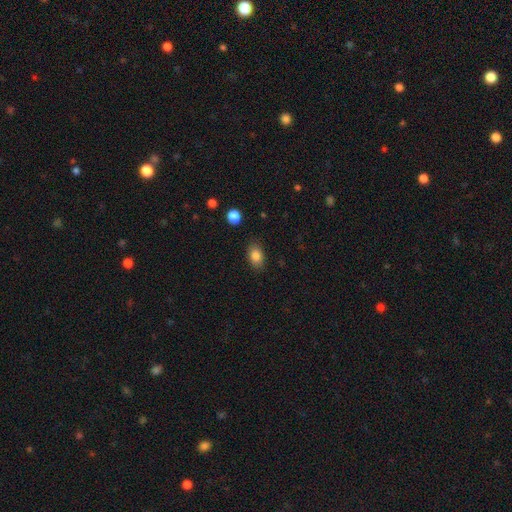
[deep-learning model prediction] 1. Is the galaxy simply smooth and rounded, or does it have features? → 84% smooth, 9% star or artifact, 7% featured or disk.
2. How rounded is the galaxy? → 82% in between, 16% round, 1% cigar-shaped.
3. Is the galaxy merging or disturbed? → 85% none, 11% minor disturbance, 3% major disturbance, 1% merger.